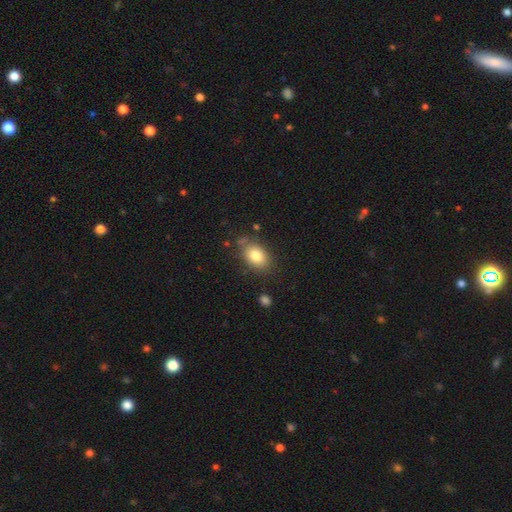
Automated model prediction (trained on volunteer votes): Q: Smooth or featured?
A: smooth (80%); runner-up: featured or disk (11%)
Q: How rounded?
A: in between (80%); runner-up: round (19%)
Q: Merging?
A: none (76%); runner-up: minor disturbance (16%)